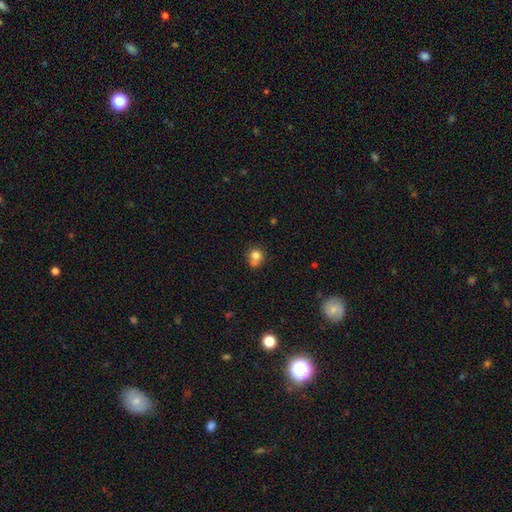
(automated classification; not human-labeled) Smooth or featured?
  - smooth: 78% *
  - star or artifact: 11%
  - featured or disk: 10%
How rounded?
  - round: 79% *
  - in between: 20%
  - cigar-shaped: 1%
Merging?
  - none: 50% *
  - merger: 22%
  - minor disturbance: 22%
  - major disturbance: 7%